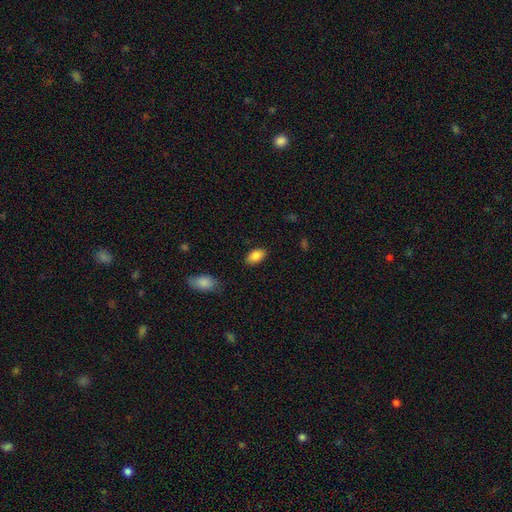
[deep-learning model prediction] Overall: smooth (87%). How rounded: in between (92%). Merging: none (85%).